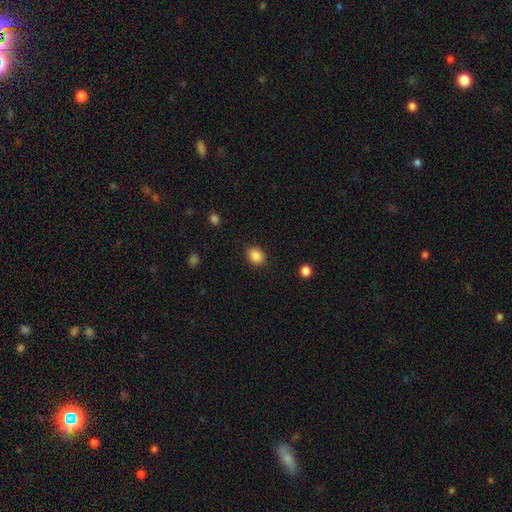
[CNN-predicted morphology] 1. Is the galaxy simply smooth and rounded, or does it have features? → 88% smooth, 9% star or artifact, 3% featured or disk.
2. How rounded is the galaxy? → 53% in between, 46% round, 1% cigar-shaped.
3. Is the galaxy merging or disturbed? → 88% none, 8% minor disturbance, 3% major disturbance, 1% merger.